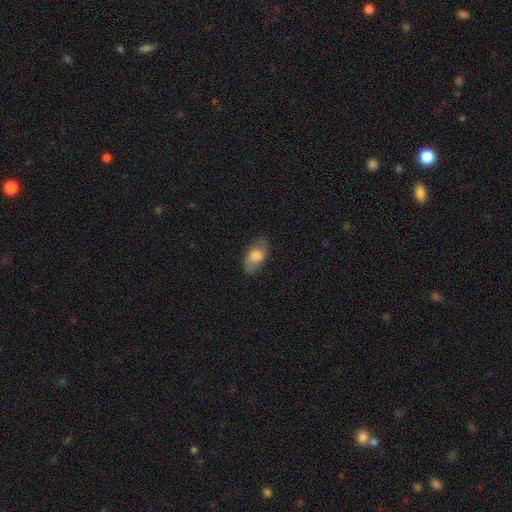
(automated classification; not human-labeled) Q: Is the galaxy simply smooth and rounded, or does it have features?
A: smooth — 73%.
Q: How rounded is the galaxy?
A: in between — 91%.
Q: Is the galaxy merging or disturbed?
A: none — 77%.